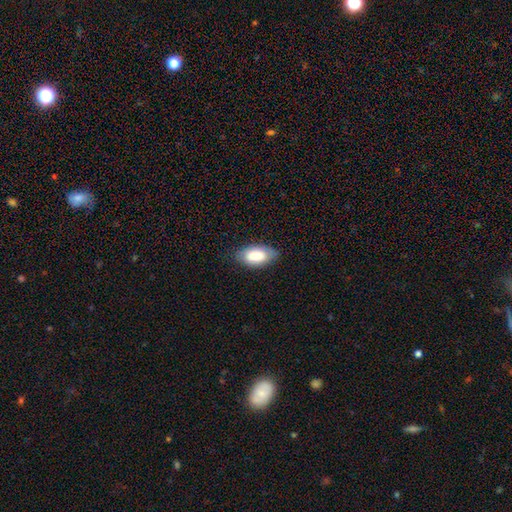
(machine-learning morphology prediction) This appears to be a smooth galaxy with no disk features (83%) that is in between round and cigar-shaped (94%). Merging: none (79%).